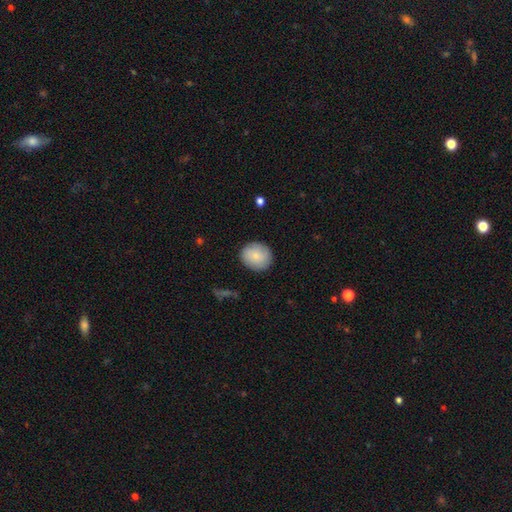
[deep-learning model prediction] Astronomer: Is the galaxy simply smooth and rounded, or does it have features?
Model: smooth — 78%.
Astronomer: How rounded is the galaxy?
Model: round — 82%.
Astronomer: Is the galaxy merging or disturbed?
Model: none — 87%.